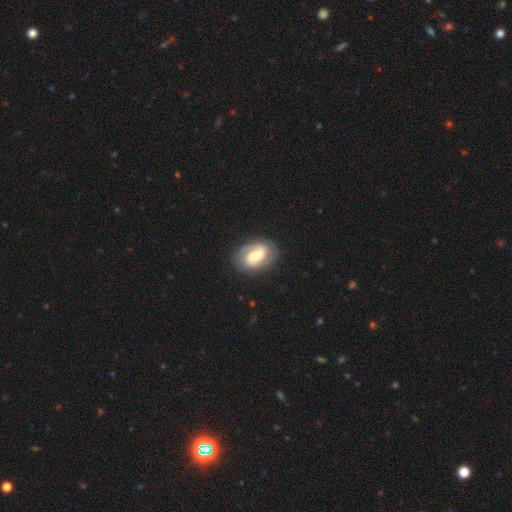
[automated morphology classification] This is likely a featured or disk galaxy (76%). It is clearly not viewed edge-on (97%). Bar: possibly weak (47%). Spiral arm pattern: clearly yes (92%). Spiral arm count: clearly 2 (82%). Spiral winding: marginally medium (44%). Central bulge: possibly moderate (51%). Merging: clearly none (80%).